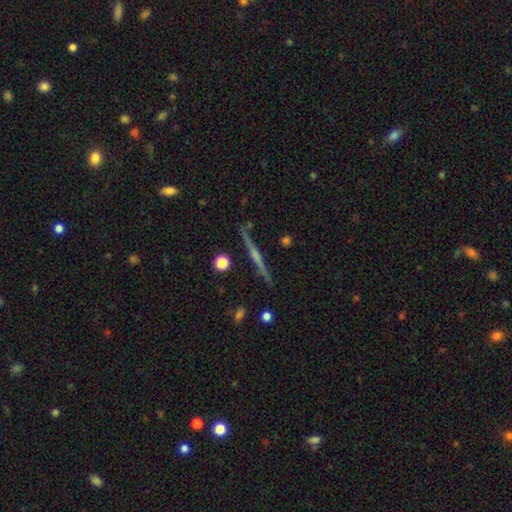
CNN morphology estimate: The model was most divided on "edge-on bulge": rounded: 53%, none: 36%, boxy: 11%. More confident: edge-on disk — yes (97%); merging — none (87%); smooth or featured — featured or disk (74%).